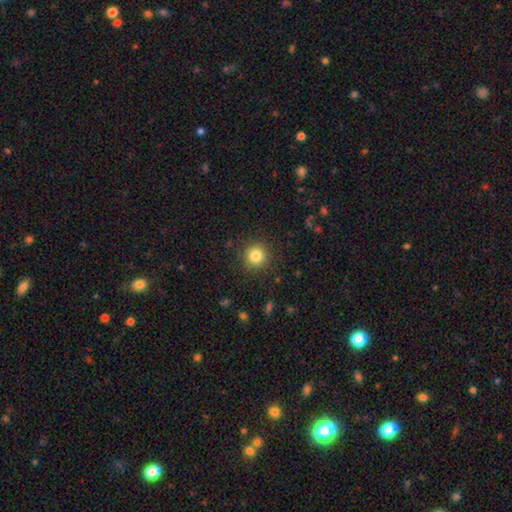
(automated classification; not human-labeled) The model was most divided on "smooth or featured": smooth: 83%, star or artifact: 11%, featured or disk: 6%. More confident: how rounded — round (93%); merging — none (89%).